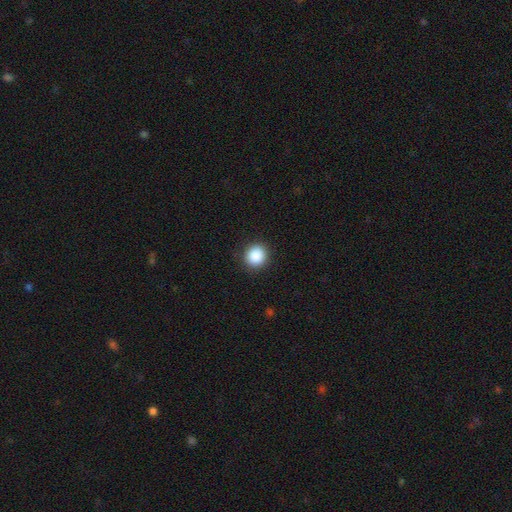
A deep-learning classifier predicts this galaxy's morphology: Smooth or featured? Predicted: smooth (p=0.88). How rounded? Predicted: round (p=0.89). Merging? Predicted: none (p=0.91).